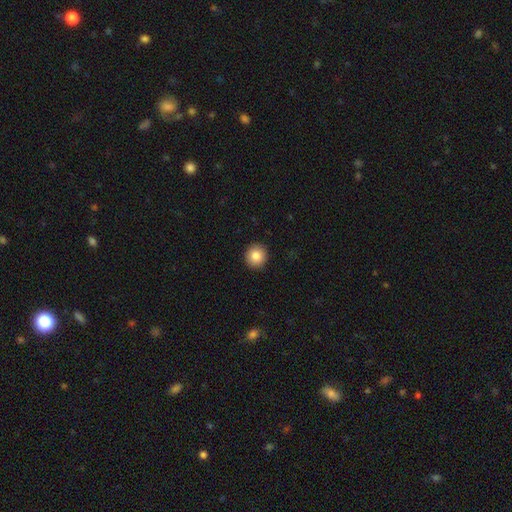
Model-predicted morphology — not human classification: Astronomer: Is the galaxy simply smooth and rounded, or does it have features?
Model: smooth — 85%.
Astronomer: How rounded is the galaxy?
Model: round — 92%.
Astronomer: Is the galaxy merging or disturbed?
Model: none — 93%.